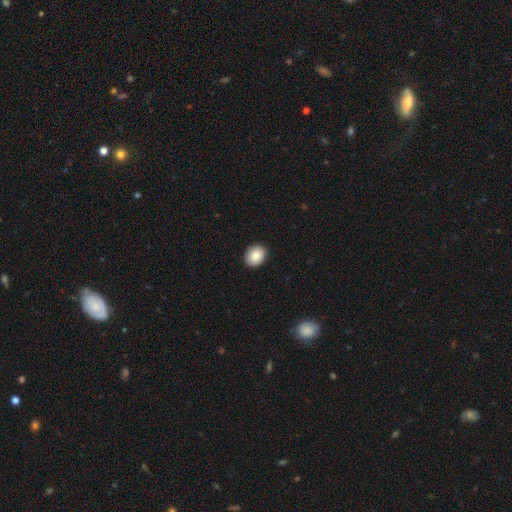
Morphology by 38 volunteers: This appears to be a smooth galaxy with no disk features (87%) that is in between round and cigar-shaped (58%). Merging: none (89%).